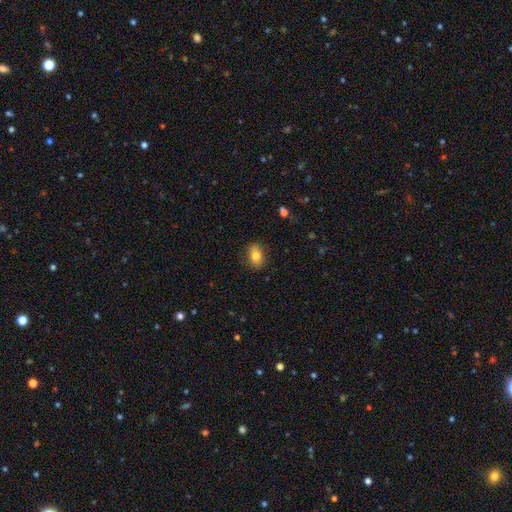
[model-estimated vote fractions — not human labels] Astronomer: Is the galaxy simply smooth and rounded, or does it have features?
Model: smooth — 79%.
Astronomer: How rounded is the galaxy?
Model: in between — 76%.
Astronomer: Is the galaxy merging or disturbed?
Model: none — 83%.